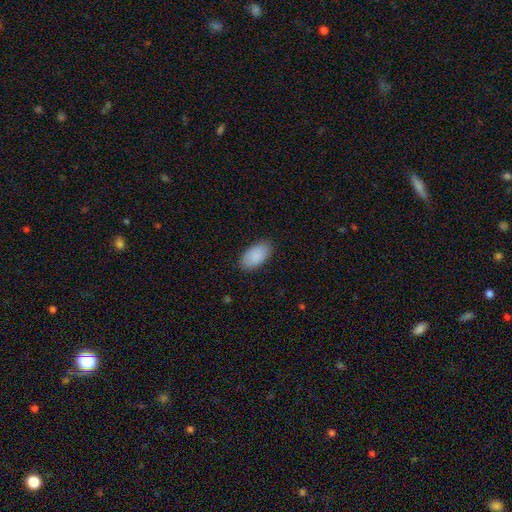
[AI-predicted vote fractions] Q: Smooth or featured?
A: smooth (90%); runner-up: star or artifact (6%)
Q: How rounded?
A: in between (96%); runner-up: round (3%)
Q: Merging?
A: none (86%); runner-up: minor disturbance (11%)